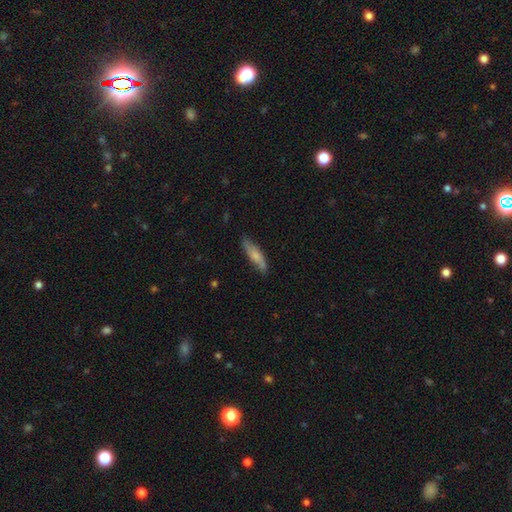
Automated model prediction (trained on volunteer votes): Morphology: type=smooth (66%); roundness=cigar-shaped (73%); merging=none (75%).